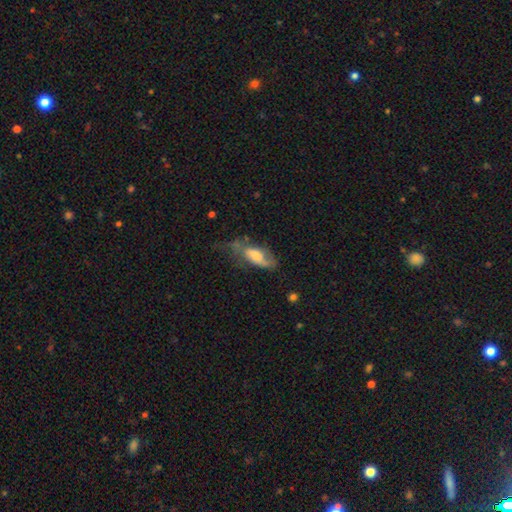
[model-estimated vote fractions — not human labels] Smooth or featured? Predicted: smooth (p=0.53). How rounded? Predicted: in between (p=0.78). Merging? Predicted: major disturbance (p=0.34).